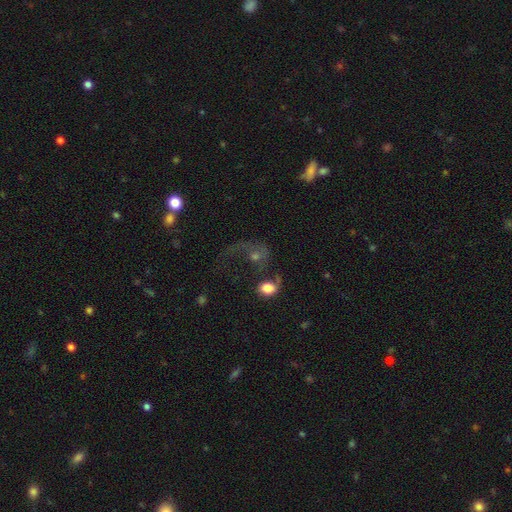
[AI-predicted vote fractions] Smooth or featured? Predicted: featured or disk (p=0.44). Merging? Predicted: major disturbance (p=0.40).